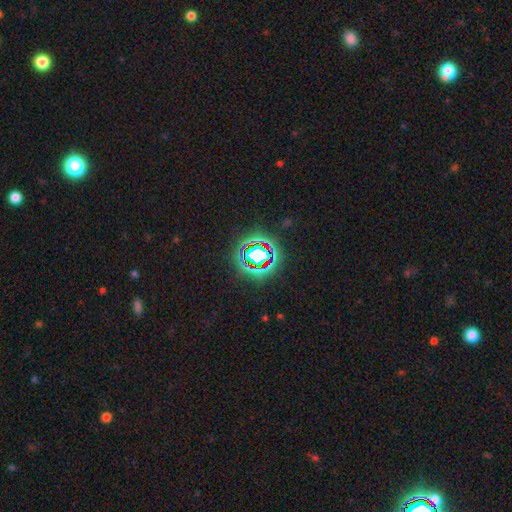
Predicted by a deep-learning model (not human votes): Smooth or featured? Predicted: star or artifact (p=0.66).